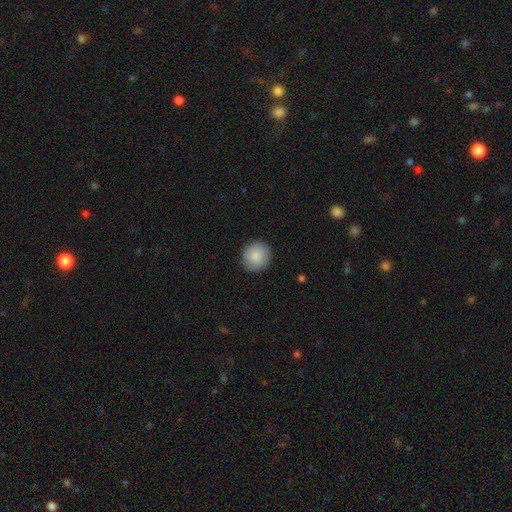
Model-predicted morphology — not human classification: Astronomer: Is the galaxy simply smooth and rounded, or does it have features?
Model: smooth — 86%.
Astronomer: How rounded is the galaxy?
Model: round — 92%.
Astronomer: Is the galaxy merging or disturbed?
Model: none — 89%.